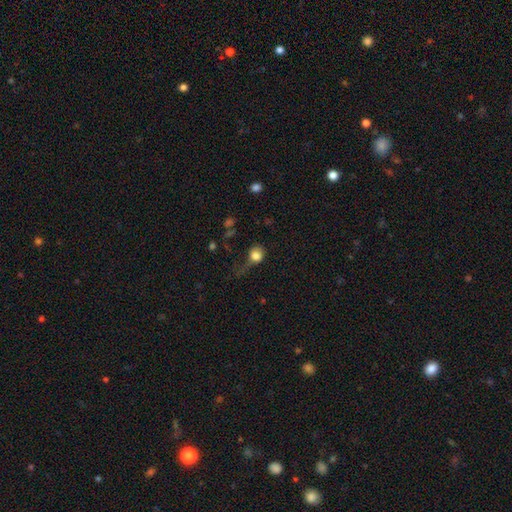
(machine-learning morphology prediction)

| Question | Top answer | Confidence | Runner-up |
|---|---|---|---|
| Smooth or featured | smooth | 79% | star or artifact (11%) |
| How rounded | round | 75% | in between (23%) |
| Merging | major disturbance | 38% | none (32%) |